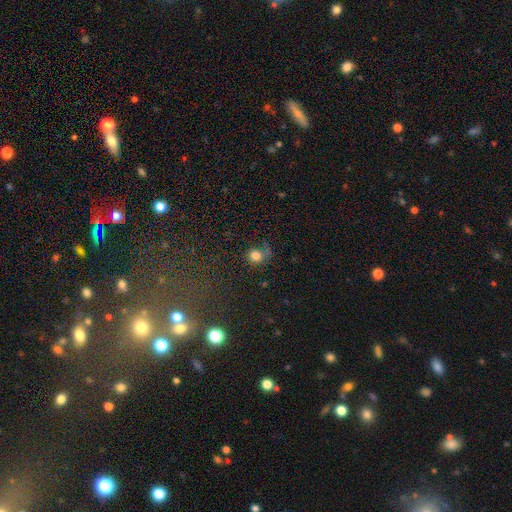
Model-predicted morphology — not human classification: type=smooth (78%); roundness=round (79%); merging=none (54%).